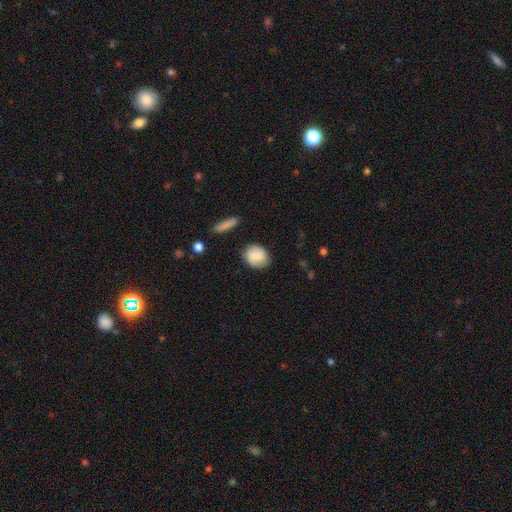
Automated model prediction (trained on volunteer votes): smooth 77%, featured or disk 16%, star or artifact 7%. Down the decision tree: how rounded — round (61%); merging — none (80%).